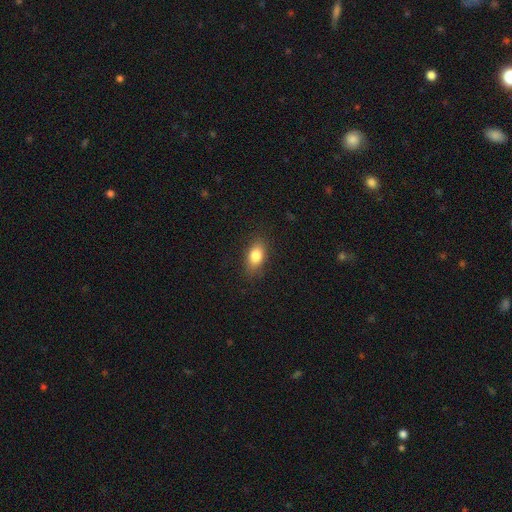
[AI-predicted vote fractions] The model was most divided on "how rounded": in between: 85%, round: 11%, cigar-shaped: 4%. More confident: merging — none (85%); smooth or featured — smooth (83%).